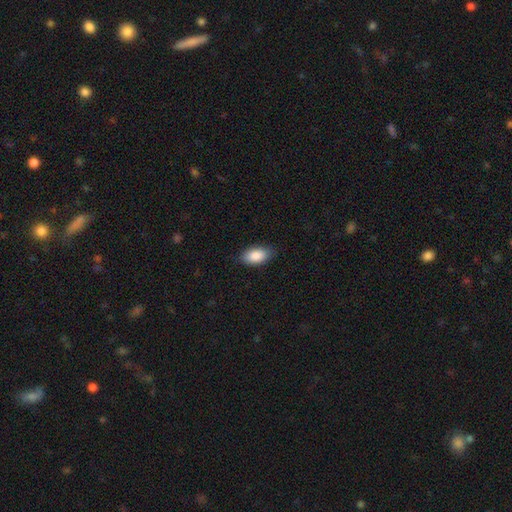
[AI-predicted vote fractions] Morphology: type=smooth (88%); roundness=in between (94%); merging=none (83%).